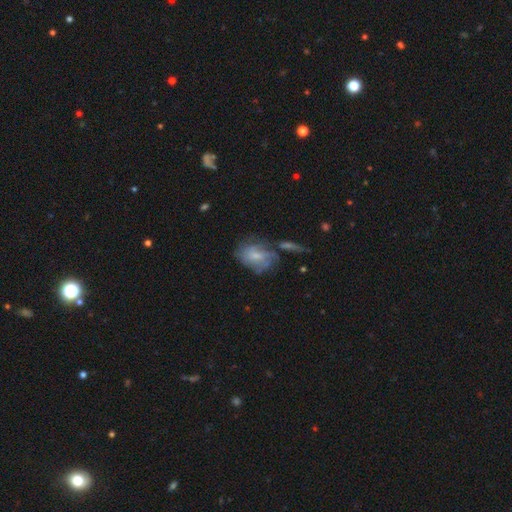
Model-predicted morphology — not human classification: This is possibly a smooth galaxy (52%). How rounded: likely in between (71%). Merging: marginally none (44%).